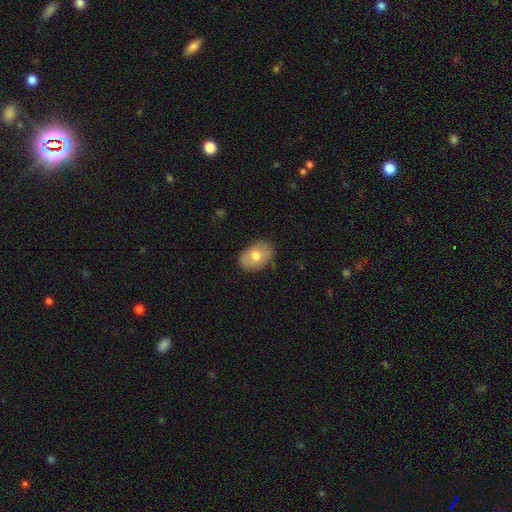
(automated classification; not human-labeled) Smooth or featured?
  - smooth: 71% *
  - featured or disk: 21%
  - star or artifact: 7%
How rounded?
  - in between: 80% *
  - round: 19%
  - cigar-shaped: 1%
Merging?
  - none: 73% *
  - minor disturbance: 21%
  - major disturbance: 4%
  - merger: 1%